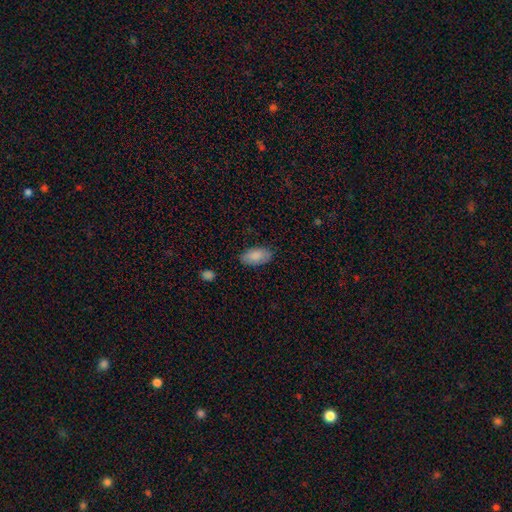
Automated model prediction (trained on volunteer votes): A smooth galaxy with no disk features (87%) that is in between round and cigar-shaped (94%).

Vote fractions:
- Smooth or featured? smooth: 87% / featured or disk: 7% / star or artifact: 7%
- How rounded? in between: 94% / cigar-shaped: 3% / round: 3%
- Merging? none: 83% / minor disturbance: 13% / major disturbance: 3% / merger: 1%